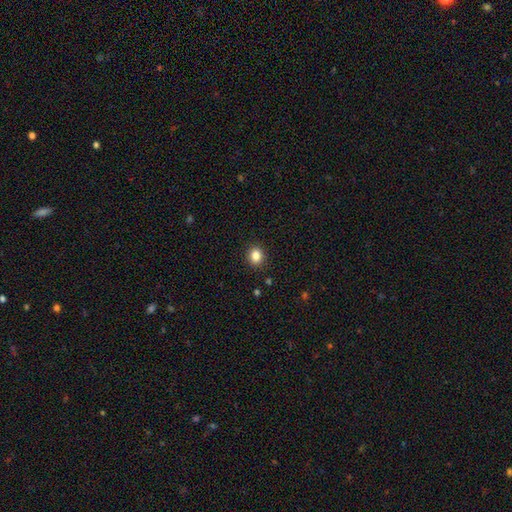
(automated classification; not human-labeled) Q: Smooth or featured?
A: smooth (85%); runner-up: star or artifact (11%)
Q: How rounded?
A: round (68%); runner-up: in between (31%)
Q: Merging?
A: none (90%); runner-up: minor disturbance (6%)